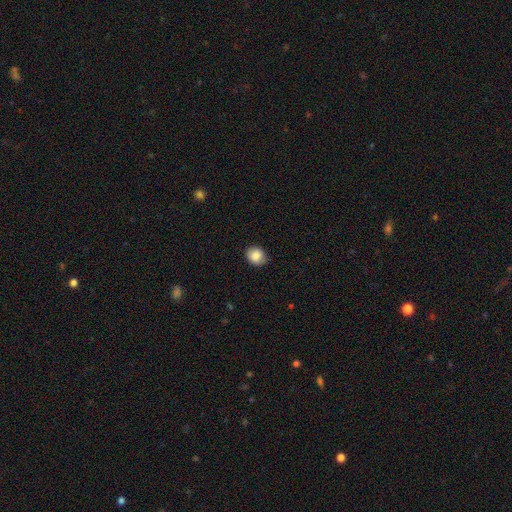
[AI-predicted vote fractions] Smooth or featured? smooth (84%)
How rounded? round (62%)
Merging? none (83%)